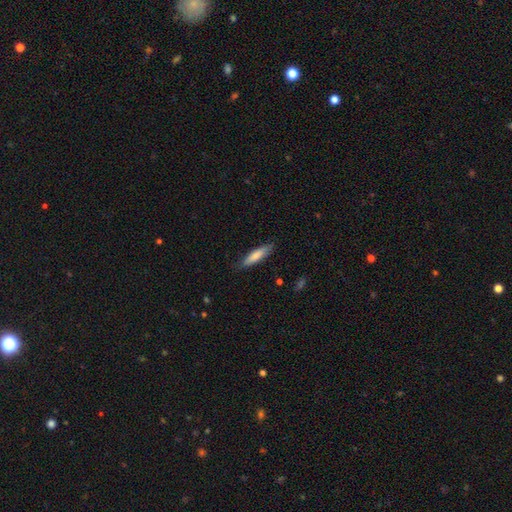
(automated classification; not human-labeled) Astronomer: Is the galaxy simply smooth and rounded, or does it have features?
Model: smooth — 75%.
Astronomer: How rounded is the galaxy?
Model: cigar-shaped — 78%.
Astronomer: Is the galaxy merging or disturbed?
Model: none — 82%.